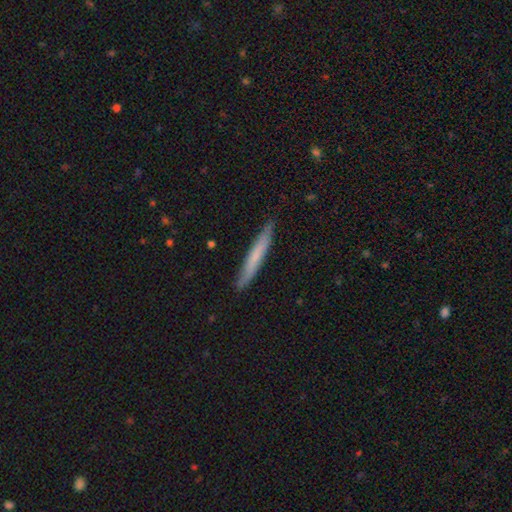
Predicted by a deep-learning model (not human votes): smooth_or_featured: smooth (p=0.63) [alt: featured or disk p=0.32]
how_rounded: cigar-shaped (p=0.96) [alt: in between p=0.03]
merging: none (p=0.88) [alt: minor disturbance p=0.10]